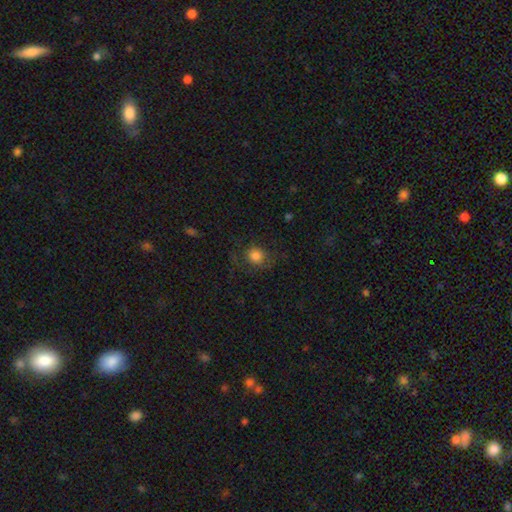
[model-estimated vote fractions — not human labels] Smooth or featured? smooth (78%)
How rounded? round (82%)
Merging? none (70%)